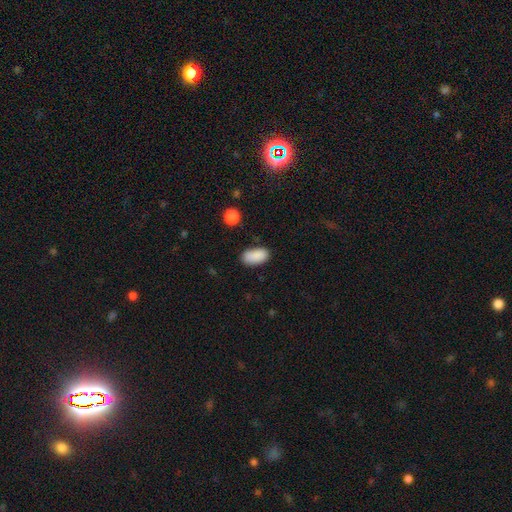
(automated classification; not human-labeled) smooth-or-featured: smooth: 89% | star or artifact: 7% | featured or disk: 4%
  how-rounded: in between: 94% | cigar-shaped: 4% | round: 3%
  merging: none: 80% | minor disturbance: 14% | major disturbance: 3% | merger: 3%